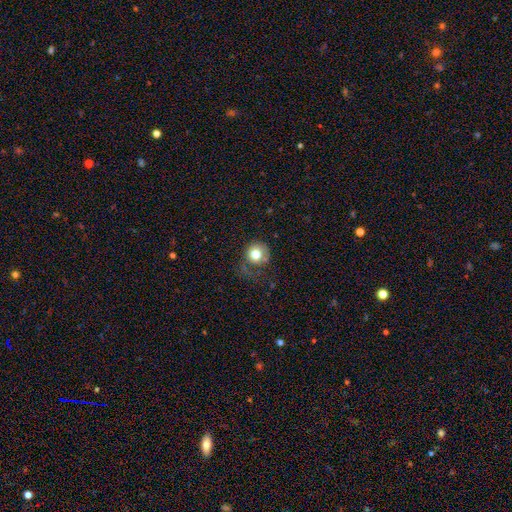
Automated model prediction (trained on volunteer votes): Smooth or featured?
  - smooth: 75% *
  - featured or disk: 14%
  - star or artifact: 11%
How rounded?
  - round: 89% *
  - in between: 10%
  - cigar-shaped: 1%
Merging?
  - none: 55% *
  - minor disturbance: 22%
  - major disturbance: 20%
  - merger: 2%